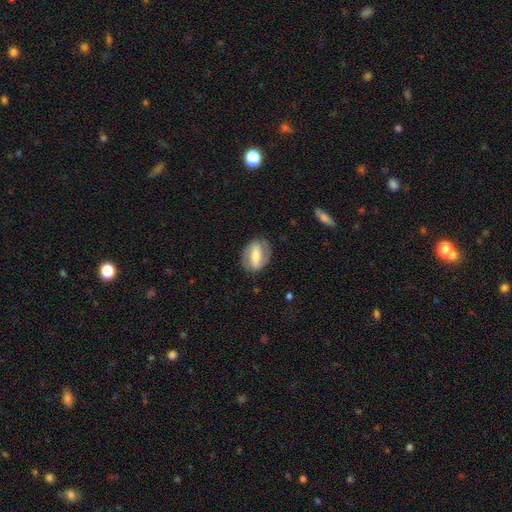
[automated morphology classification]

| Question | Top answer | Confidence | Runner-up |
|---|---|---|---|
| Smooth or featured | featured or disk | 62% | smooth (32%) |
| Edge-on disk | no | 91% | yes (9%) |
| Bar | strong | 61% | weak (26%) |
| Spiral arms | yes | 65% | no (35%) |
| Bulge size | moderate | 55% | small (34%) |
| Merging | none | 79% | minor disturbance (14%) |